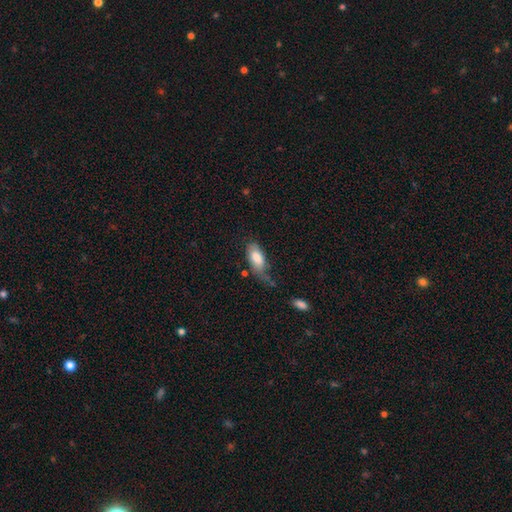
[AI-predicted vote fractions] This is likely a smooth galaxy (73%). How rounded: clearly in between (86%). Merging: marginally none (40%).